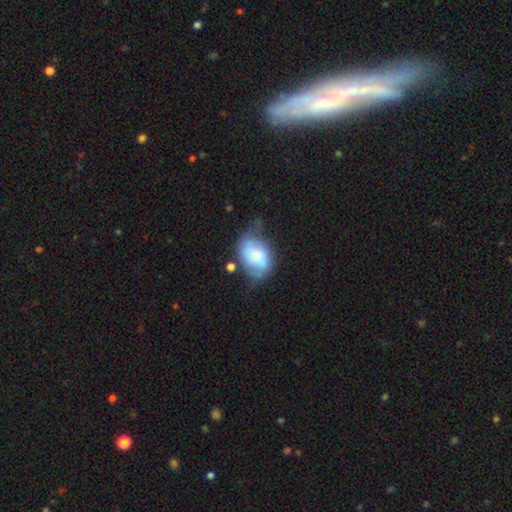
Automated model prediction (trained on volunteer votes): Smooth or featured? smooth (55%)
How rounded? in between (78%)
Merging? none (37%)